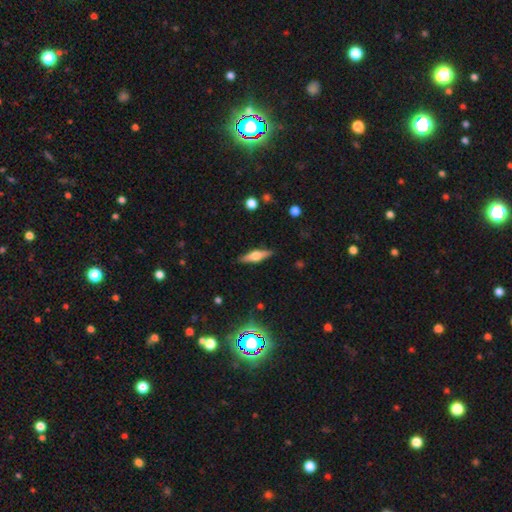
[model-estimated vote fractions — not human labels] The model was most divided on "smooth or featured": featured or disk: 63%, smooth: 30%, star or artifact: 7%. More confident: edge-on disk — yes (96%); edge-on bulge — rounded (92%); merging — none (89%).